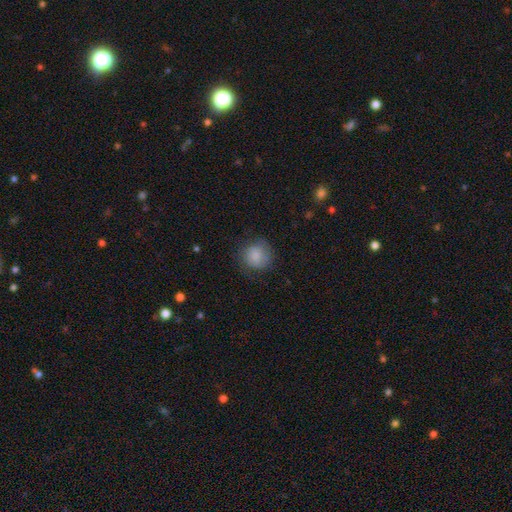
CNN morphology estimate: This is clearly a smooth galaxy (84%). How rounded: clearly round (87%). Merging: likely none (71%).